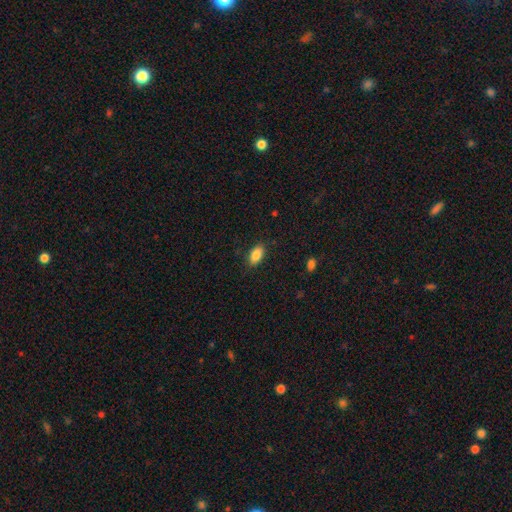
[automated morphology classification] Smooth or featured? Predicted: smooth (p=0.86). How rounded? Predicted: in between (p=0.91). Merging? Predicted: none (p=0.86).